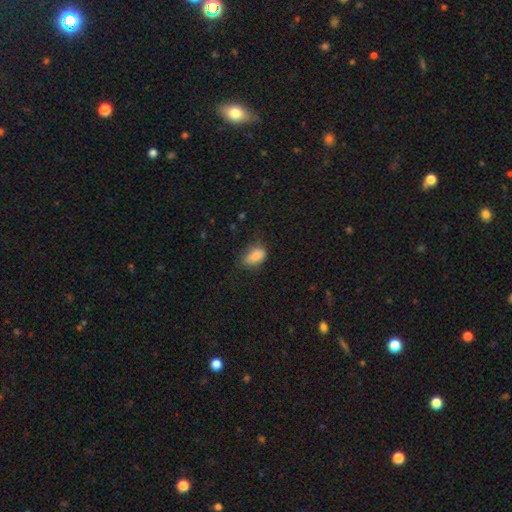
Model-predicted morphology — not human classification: Q: Smooth or featured?
A: smooth (83%); runner-up: featured or disk (9%)
Q: How rounded?
A: in between (88%); runner-up: round (9%)
Q: Merging?
A: none (54%); runner-up: minor disturbance (34%)